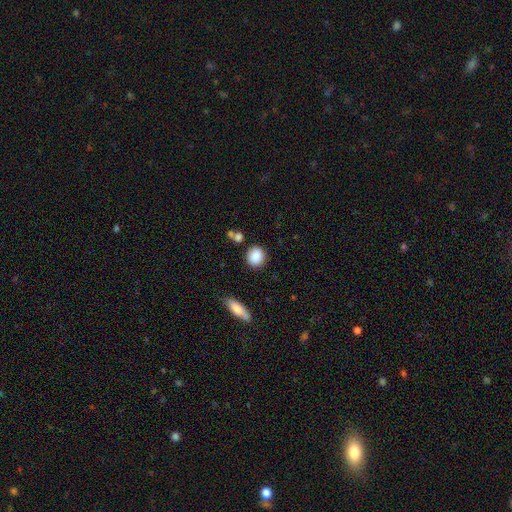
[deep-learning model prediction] smooth-or-featured: smooth: 88% | star or artifact: 8% | featured or disk: 5%
  how-rounded: round: 75% | in between: 23% | cigar-shaped: 2%
  merging: none: 84% | minor disturbance: 9% | merger: 4% | major disturbance: 3%